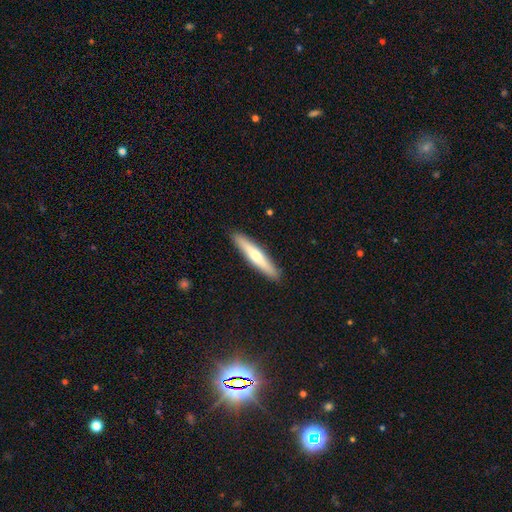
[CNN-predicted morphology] This appears to be a smooth galaxy with no disk features (55%) that is cigar-shaped (91%). Merging: none (91%).